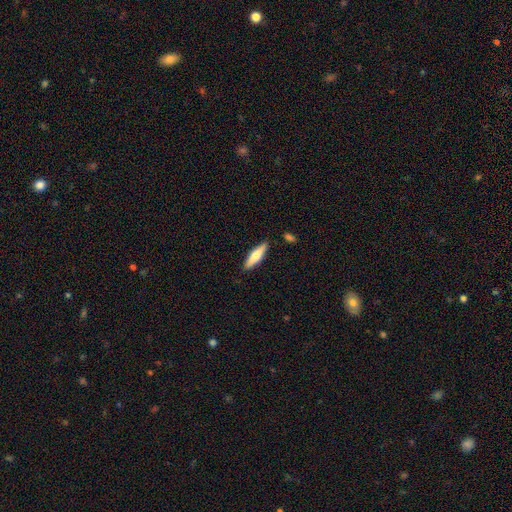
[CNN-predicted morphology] Smooth or featured?
  - smooth: 60% *
  - featured or disk: 34%
  - star or artifact: 5%
How rounded?
  - cigar-shaped: 70% *
  - in between: 28%
  - round: 2%
Merging?
  - none: 87% *
  - minor disturbance: 9%
  - merger: 2%
  - major disturbance: 2%